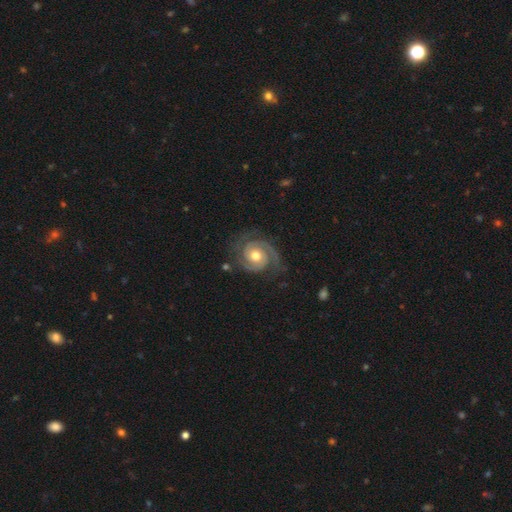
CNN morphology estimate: smooth_or_featured: featured or disk (p=0.90) [alt: smooth p=0.05]
disk_edge_on: no (p=0.98) [alt: yes p=0.02]
bar: no (p=0.73) [alt: weak p=0.22]
has_spiral_arms: yes (p=0.98) [alt: no p=0.02]
spiral_winding: tight (p=0.62) [alt: medium p=0.33]
spiral_arm_count: 2 (p=0.85) [alt: 3 p=0.06]
bulge_size: moderate (p=0.77) [alt: small p=0.11]
merging: none (p=0.76) [alt: minor disturbance p=0.16]